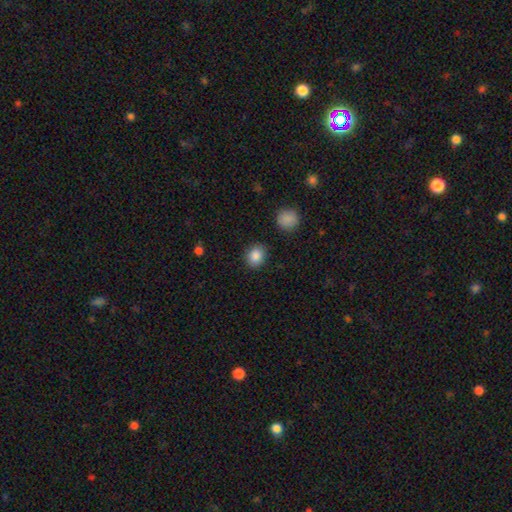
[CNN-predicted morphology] This appears to be a smooth galaxy with no disk features (87%) that is round (60%). Merging: none (87%).